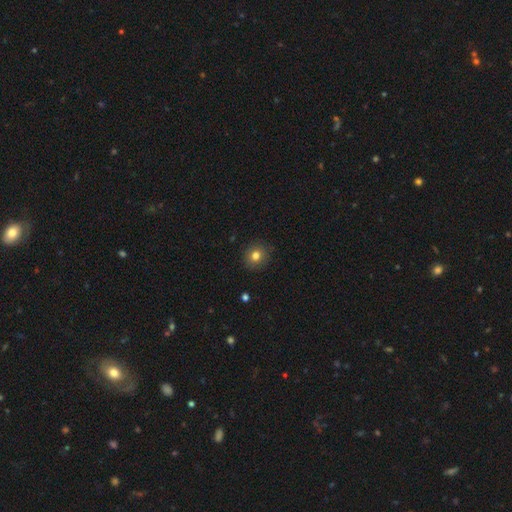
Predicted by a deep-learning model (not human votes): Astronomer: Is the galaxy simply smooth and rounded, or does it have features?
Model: smooth — 79%.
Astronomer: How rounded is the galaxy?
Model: round — 87%.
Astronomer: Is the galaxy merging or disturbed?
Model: none — 89%.